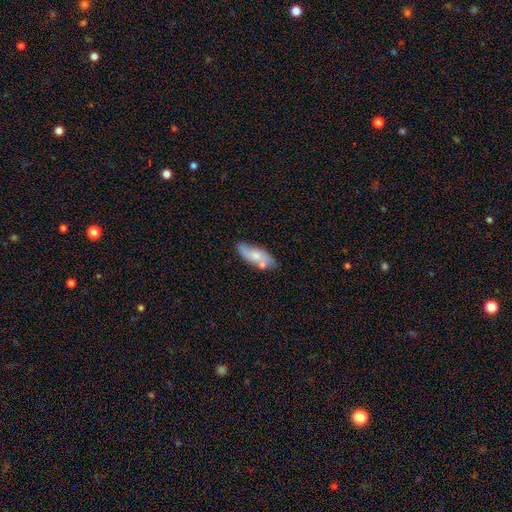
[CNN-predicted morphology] Smooth or featured? Predicted: smooth (p=0.60). How rounded? Predicted: in between (p=0.74). Merging? Predicted: none (p=0.60).